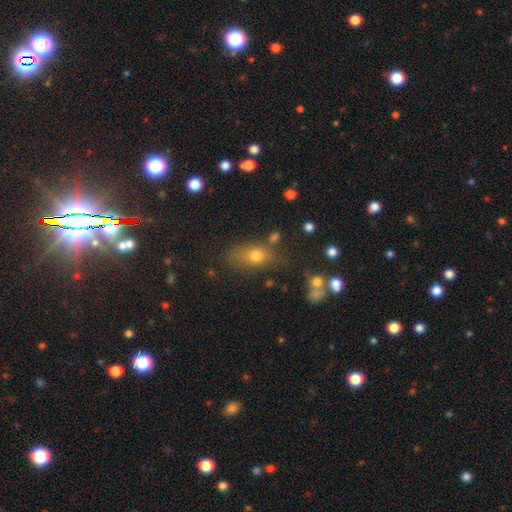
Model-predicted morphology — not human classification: A smooth galaxy with no disk features (69%) that is in between round and cigar-shaped (69%). Merging: none (64%).